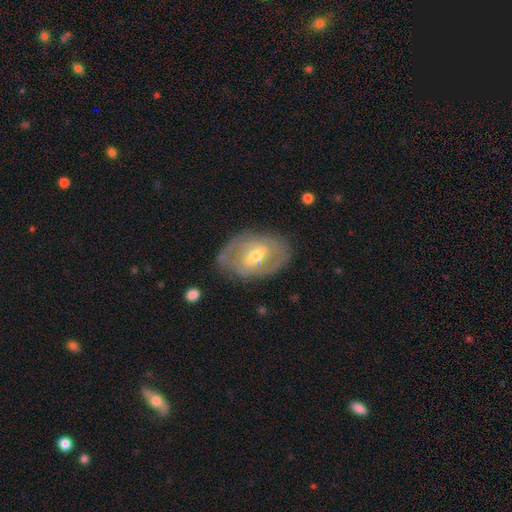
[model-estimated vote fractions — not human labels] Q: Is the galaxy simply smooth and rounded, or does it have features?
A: featured or disk — 77%.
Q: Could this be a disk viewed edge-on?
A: no — 95%.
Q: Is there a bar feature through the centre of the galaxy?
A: weak — 52%.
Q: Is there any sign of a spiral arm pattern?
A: yes — 78%.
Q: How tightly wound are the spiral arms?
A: tight — 54%.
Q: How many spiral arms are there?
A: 2 — 57%.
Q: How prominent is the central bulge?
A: moderate — 65%.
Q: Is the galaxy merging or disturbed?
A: none — 73%.